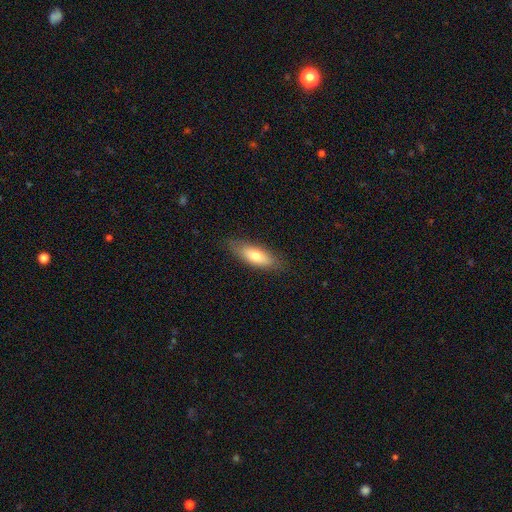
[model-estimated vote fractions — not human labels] This appears to be a smooth galaxy with no disk features (71%) that is in between round and cigar-shaped (66%). Merging: none (81%).